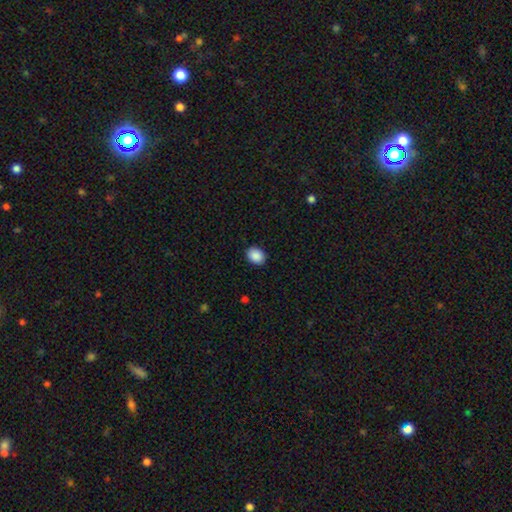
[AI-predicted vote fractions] Smooth or featured?
  - smooth: 90% *
  - star or artifact: 8%
  - featured or disk: 3%
How rounded?
  - in between: 57% *
  - round: 42%
  - cigar-shaped: 1%
Merging?
  - none: 90% *
  - minor disturbance: 8%
  - major disturbance: 2%
  - merger: 1%